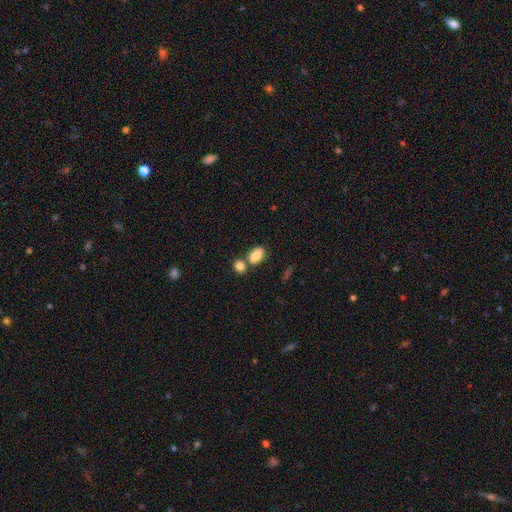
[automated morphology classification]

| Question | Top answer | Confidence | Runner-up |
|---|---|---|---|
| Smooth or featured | smooth | 84% | star or artifact (8%) |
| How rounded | in between | 86% | round (12%) |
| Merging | none | 51% | merger (34%) |